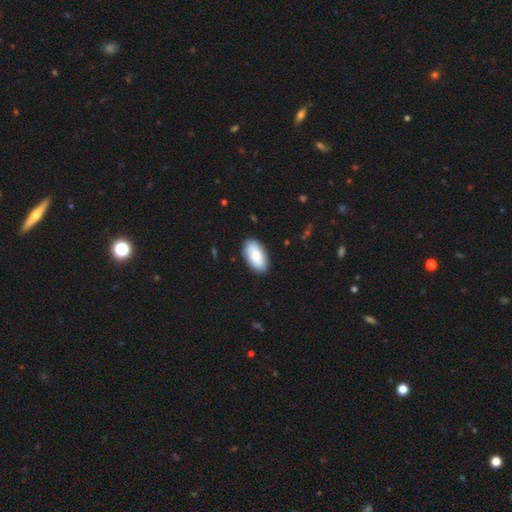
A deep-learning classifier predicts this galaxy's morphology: A smooth galaxy with no disk features (75%) that is in between round and cigar-shaped (95%).

Vote fractions:
- Smooth or featured? smooth: 75% / featured or disk: 19% / star or artifact: 6%
- How rounded? in between: 95% / round: 3% / cigar-shaped: 2%
- Merging? none: 86% / minor disturbance: 10% / major disturbance: 2% / merger: 1%